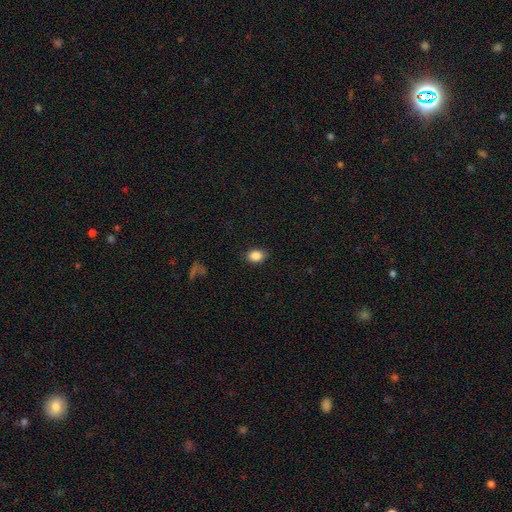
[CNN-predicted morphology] Q: Smooth or featured?
A: smooth (87%); runner-up: star or artifact (9%)
Q: How rounded?
A: in between (77%); runner-up: round (22%)
Q: Merging?
A: none (87%); runner-up: minor disturbance (9%)